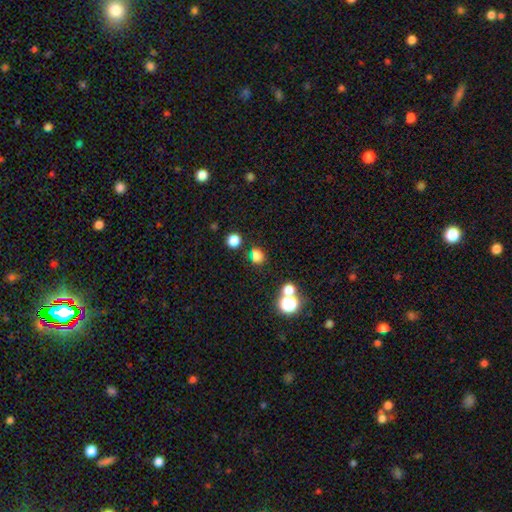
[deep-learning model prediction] This appears to be a smooth galaxy with no disk features (75%) that is round (68%). Merging: none (71%).